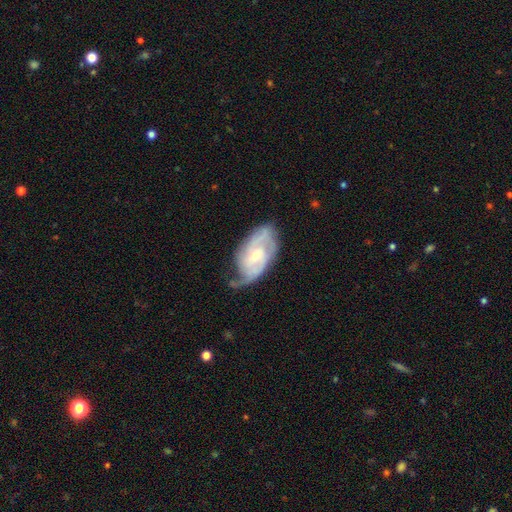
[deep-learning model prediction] Morphology: type=featured or disk (81%); edge-on=no (95%); bar=no (47%); spiral arms=yes (93%); winding=tight (43%); arm count=2 (51%); bulge=small (53%); merging=none (52%).